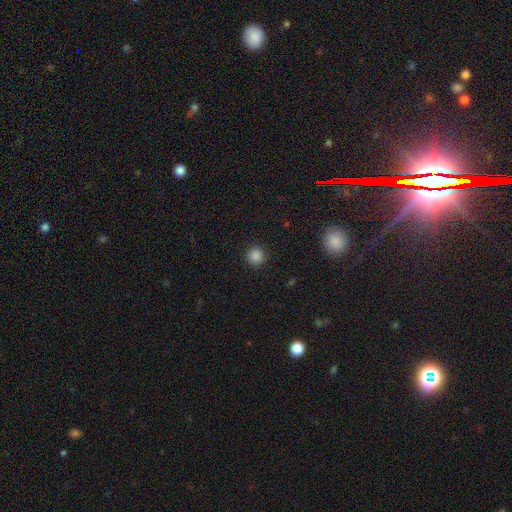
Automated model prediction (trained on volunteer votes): Smooth or featured? Predicted: smooth (p=0.86). How rounded? Predicted: round (p=0.95). Merging? Predicted: none (p=0.92).